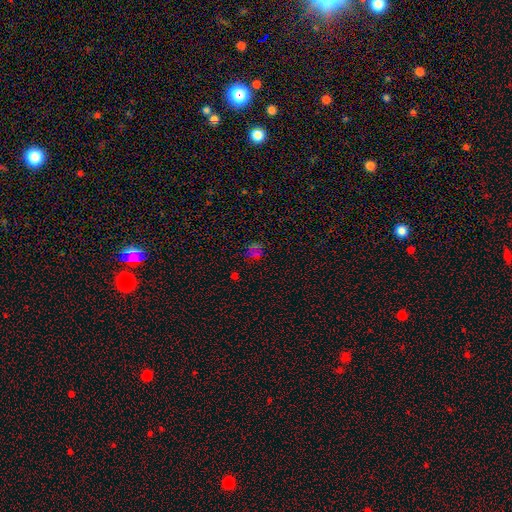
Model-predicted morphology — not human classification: Q: Smooth or featured?
A: smooth (49%); runner-up: star or artifact (42%)
Q: Merging?
A: none (75%); runner-up: minor disturbance (14%)